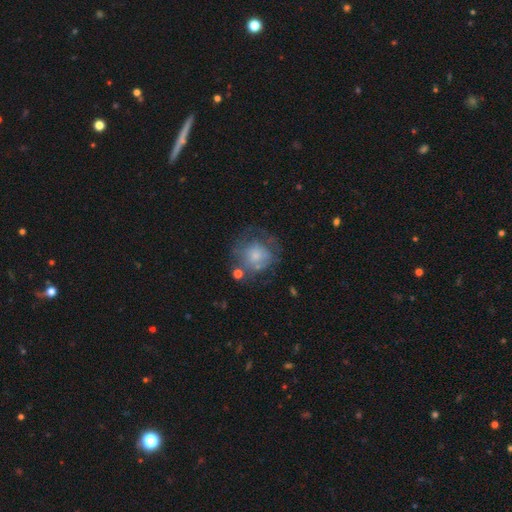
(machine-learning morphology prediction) smooth_or_featured: smooth (p=0.54) [alt: featured or disk p=0.36]
how_rounded: round (p=0.78) [alt: in between p=0.21]
merging: none (p=0.44) [alt: major disturbance p=0.24]